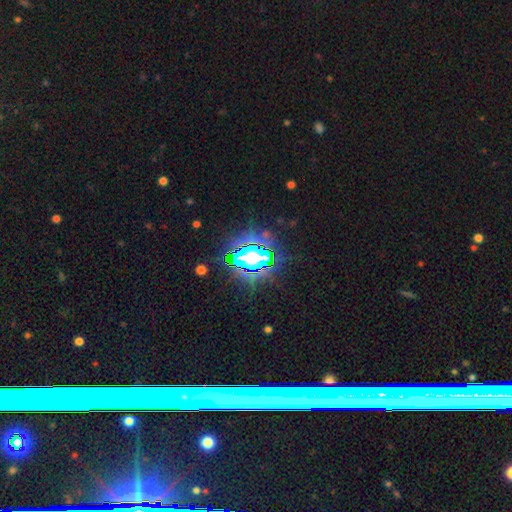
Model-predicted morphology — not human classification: The model was most divided on "smooth or featured": star or artifact: 78%, smooth: 11%, featured or disk: 11%.